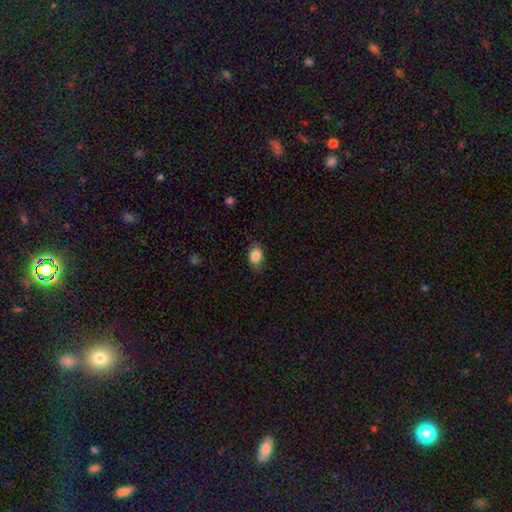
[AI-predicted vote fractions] smooth_or_featured: smooth (p=0.86) [alt: star or artifact p=0.08]
how_rounded: in between (p=0.72) [alt: round p=0.26]
merging: none (p=0.79) [alt: minor disturbance p=0.16]